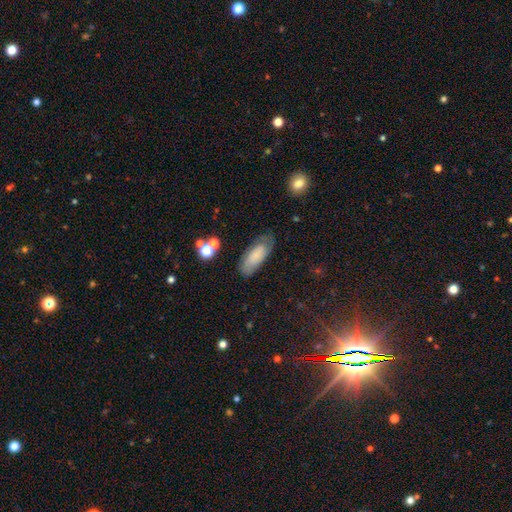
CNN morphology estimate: The model was most divided on "smooth or featured": smooth: 62%, featured or disk: 29%, star or artifact: 9%. More confident: how rounded — in between (76%); merging — none (70%).